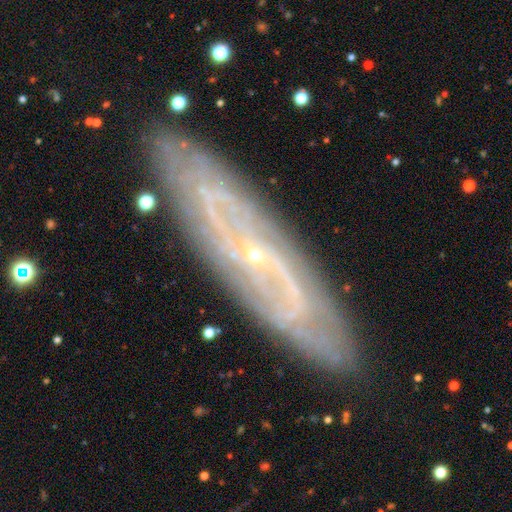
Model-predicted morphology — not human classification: featured or disk 81%, smooth 11%, star or artifact 8%. Down the decision tree: edge-on disk — no (74%); bar — no (54%); spiral arms — yes (92%); spiral arm count — can't tell (40%); spiral winding — tight (57%); bulge size — small (87%); merging — none (86%).